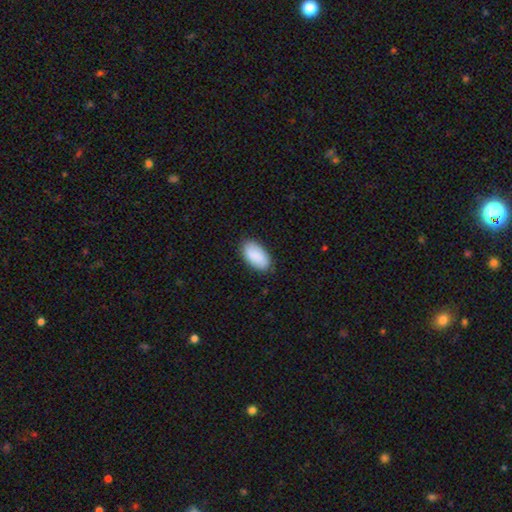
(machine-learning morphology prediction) This appears to be a smooth galaxy with no disk features (90%) that is in between round and cigar-shaped (95%). Merging: none (85%).